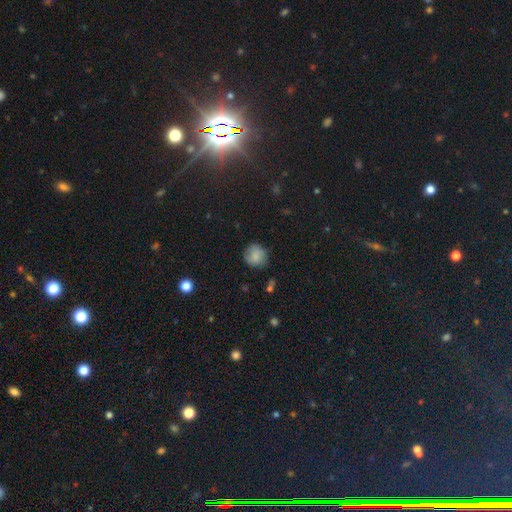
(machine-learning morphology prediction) A smooth galaxy with no disk features (80%) that is round (88%). Merging: none (75%).